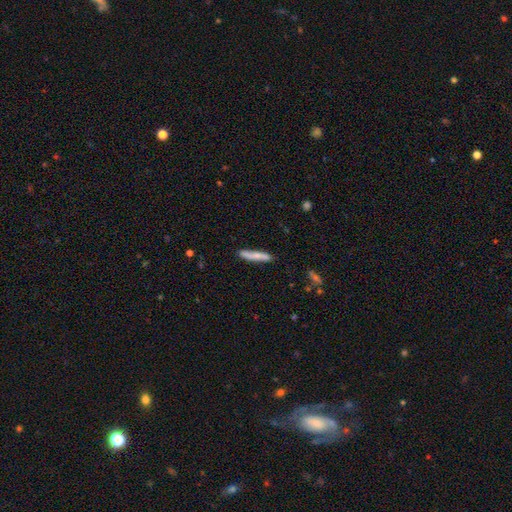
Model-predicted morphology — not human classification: A smooth galaxy with no disk features (65%) that is cigar-shaped (91%).

Vote fractions:
- Smooth or featured? smooth: 65% / featured or disk: 30% / star or artifact: 6%
- How rounded? cigar-shaped: 91% / in between: 7% / round: 2%
- Merging? none: 79% / minor disturbance: 15% / merger: 3% / major disturbance: 3%